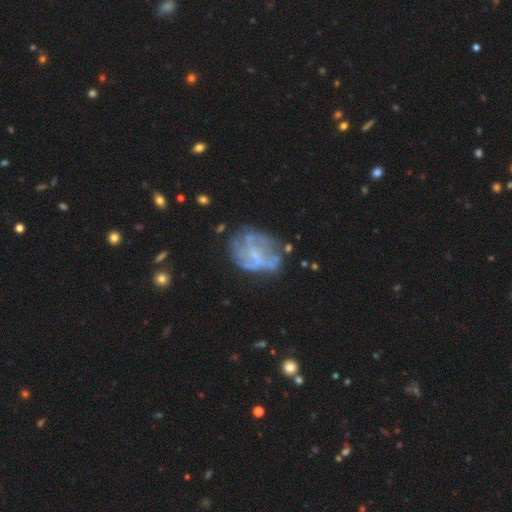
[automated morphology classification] featured or disk 69%, smooth 21%, star or artifact 10%. Down the decision tree: edge-on disk — no (98%); bar — no (56%); spiral arms — yes (56%); bulge size — small (55%); merging — none (49%).